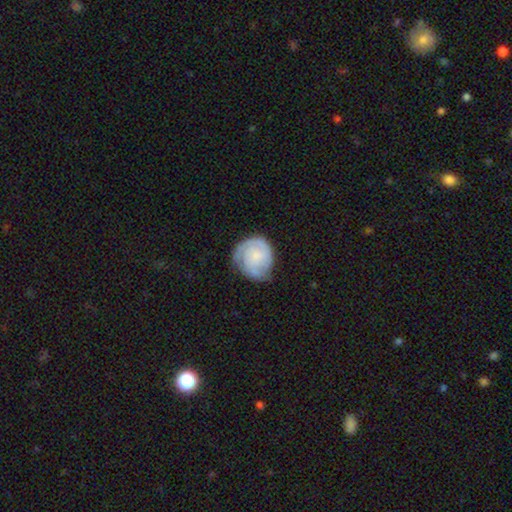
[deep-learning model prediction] The model was most divided on "bulge size": small: 39%, none: 37%, moderate: 17%, large: 6%, dominant: 2%. Remaining: edge-on disk — no (98%); spiral arms — yes (90%); bar — no (76%); spiral winding — tight (66%); merging — none (61%); smooth or featured — featured or disk (61%); spiral arm count — 2 (34%).